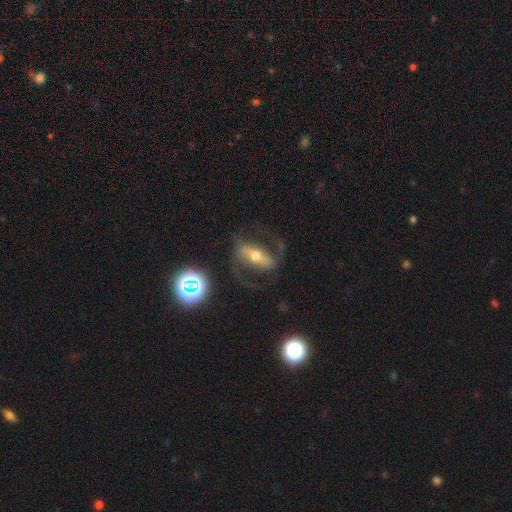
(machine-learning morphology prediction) type=featured or disk (74%); edge-on=no (88%); bar=strong (64%); spiral arms=yes (82%); winding=medium (46%); arm count=2 (89%); bulge=moderate (60%); merging=none (70%).